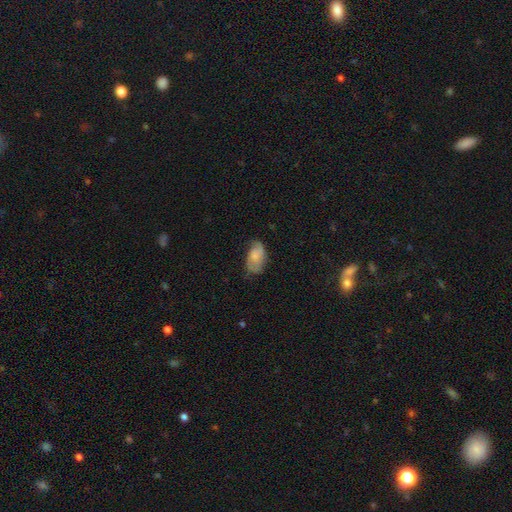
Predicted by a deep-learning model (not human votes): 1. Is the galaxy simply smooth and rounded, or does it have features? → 60% smooth, 33% featured or disk, 7% star or artifact.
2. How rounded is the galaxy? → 92% in between, 6% round, 2% cigar-shaped.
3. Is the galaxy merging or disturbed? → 55% none, 32% minor disturbance, 12% major disturbance, 2% merger.